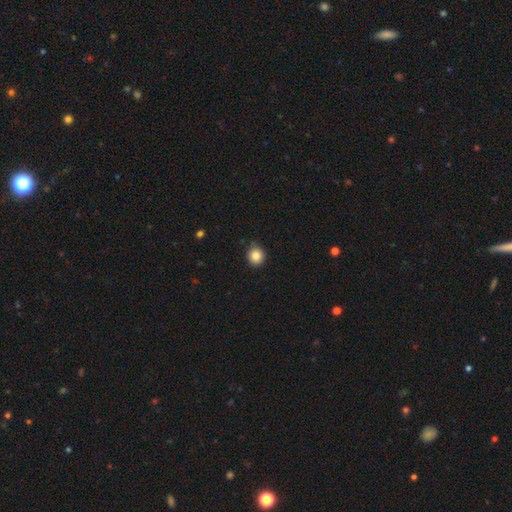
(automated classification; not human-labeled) A smooth galaxy with no disk features (84%) that is round (88%).

Vote fractions:
- Smooth or featured? smooth: 84% / star or artifact: 10% / featured or disk: 6%
- How rounded? round: 88% / in between: 11% / cigar-shaped: 1%
- Merging? none: 87% / minor disturbance: 10% / major disturbance: 2% / merger: 1%